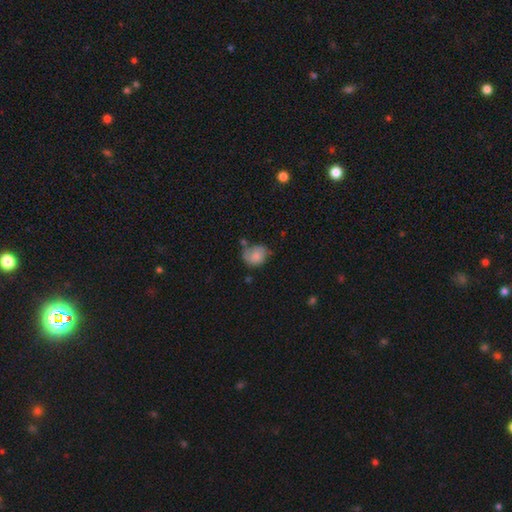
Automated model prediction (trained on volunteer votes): Smooth or featured? Predicted: smooth (p=0.68). How rounded? Predicted: round (p=0.57). Merging? Predicted: none (p=0.44).